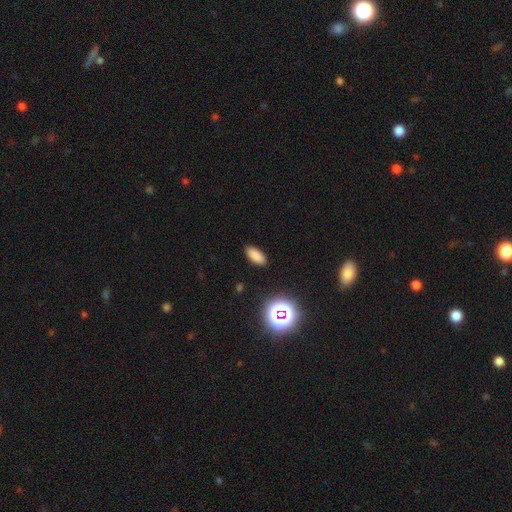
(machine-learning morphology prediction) smooth-or-featured: smooth: 81% | star or artifact: 14% | featured or disk: 5%
  how-rounded: in between: 87% | cigar-shaped: 9% | round: 4%
  merging: none: 89% | minor disturbance: 8% | major disturbance: 2% | merger: 1%